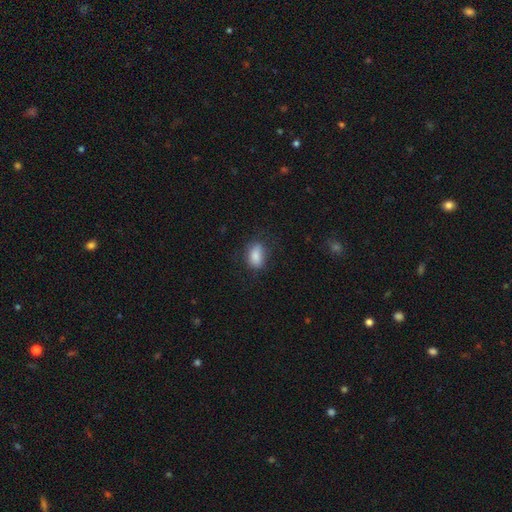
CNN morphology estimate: Smooth or featured: smooth — 85% (star or artifact — 8%)
How rounded: in between — 86% (round — 11%)
Merging: none — 72% (minor disturbance — 20%)